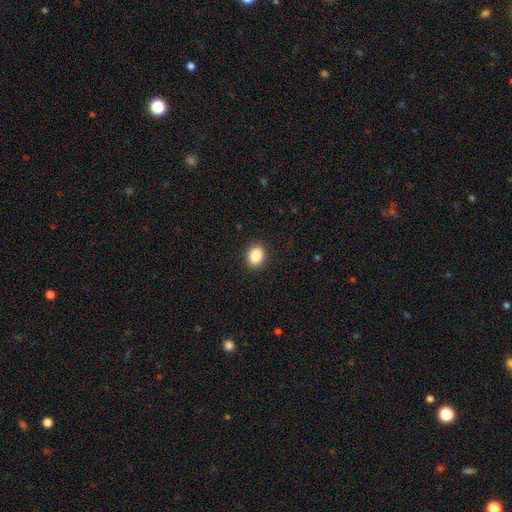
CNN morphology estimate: This is clearly a smooth galaxy (87%). How rounded: possibly round (52%). Merging: clearly none (90%).